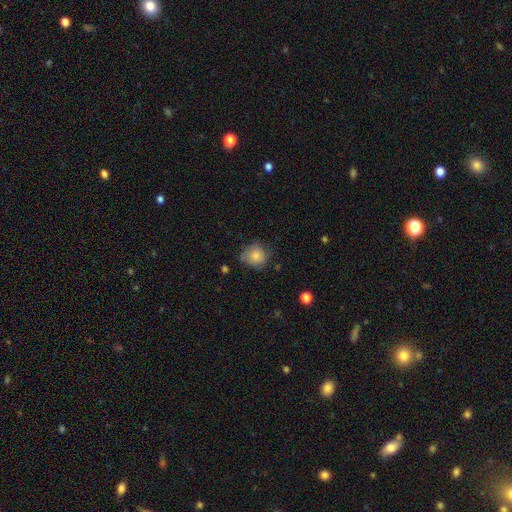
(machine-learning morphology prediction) Overall: smooth (79%). How rounded: round (82%). Merging: none (63%; minor disturbance 28%).